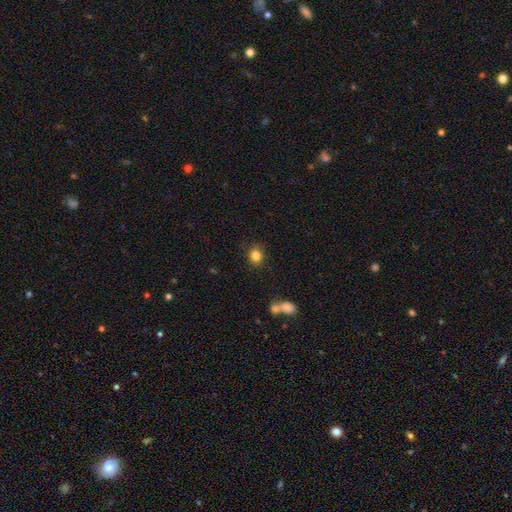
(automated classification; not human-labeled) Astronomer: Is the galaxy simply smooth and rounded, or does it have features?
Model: smooth — 84%.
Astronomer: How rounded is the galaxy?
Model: round — 78%.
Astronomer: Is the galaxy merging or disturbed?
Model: none — 84%.